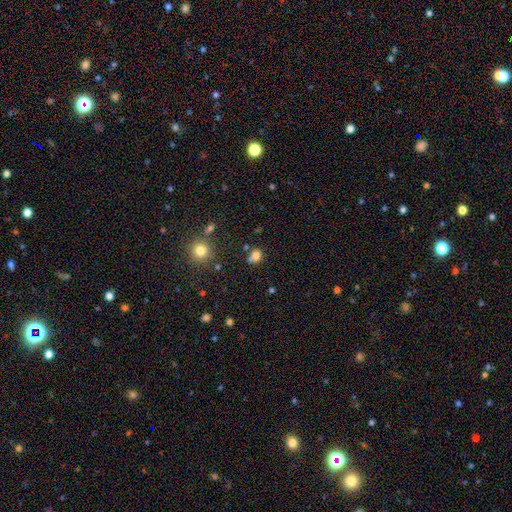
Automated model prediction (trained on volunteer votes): The model was most divided on "how rounded": round: 66%, in between: 33%, cigar-shaped: 1%. More confident: smooth or featured — smooth (78%); merging — none (56%).